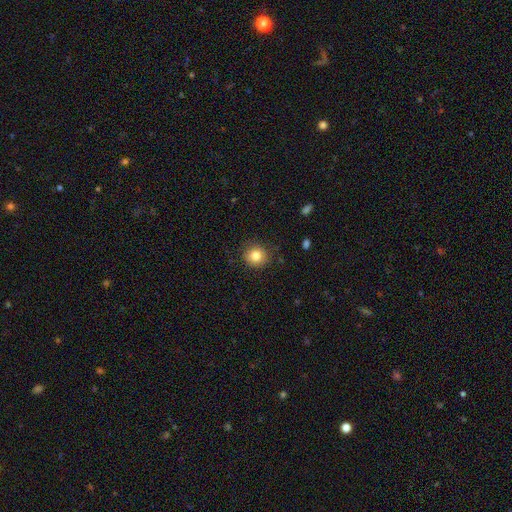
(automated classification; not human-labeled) smooth 83%, star or artifact 11%, featured or disk 7%. Down the decision tree: how rounded — round (90%); merging — none (87%).